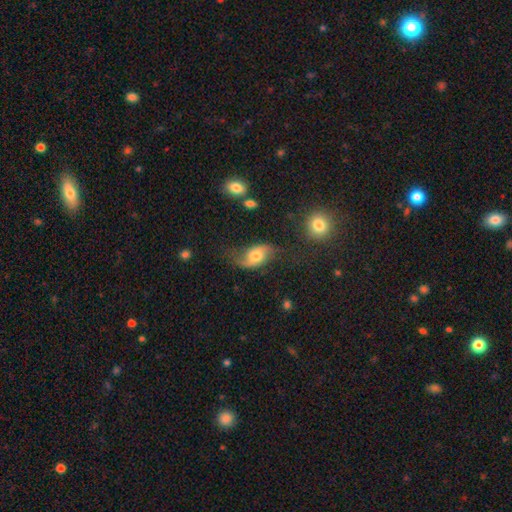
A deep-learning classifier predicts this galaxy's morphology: smooth_or_featured: featured or disk (p=0.64) [alt: smooth p=0.28]
disk_edge_on: no (p=0.95) [alt: yes p=0.05]
bar: no (p=0.55) [alt: weak p=0.34]
has_spiral_arms: yes (p=0.91) [alt: no p=0.09]
spiral_winding: loose (p=0.80) [alt: medium p=0.16]
spiral_arm_count: 2 (p=0.85) [alt: 1 p=0.08]
bulge_size: moderate (p=0.62) [alt: small p=0.20]
merging: none (p=0.55) [alt: minor disturbance p=0.24]